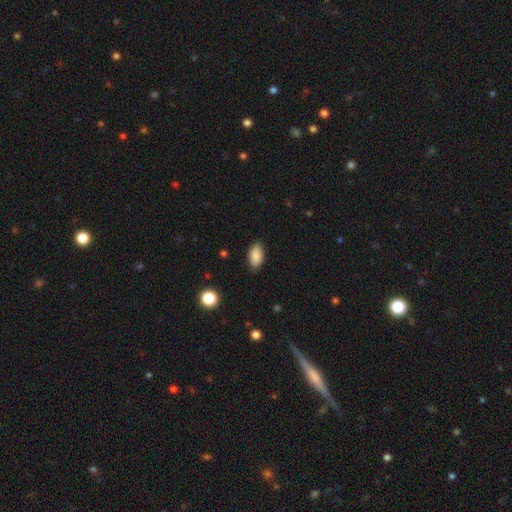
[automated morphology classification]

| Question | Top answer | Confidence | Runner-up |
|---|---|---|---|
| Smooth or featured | smooth | 87% | star or artifact (7%) |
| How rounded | in between | 93% | round (4%) |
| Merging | none | 83% | minor disturbance (13%) |